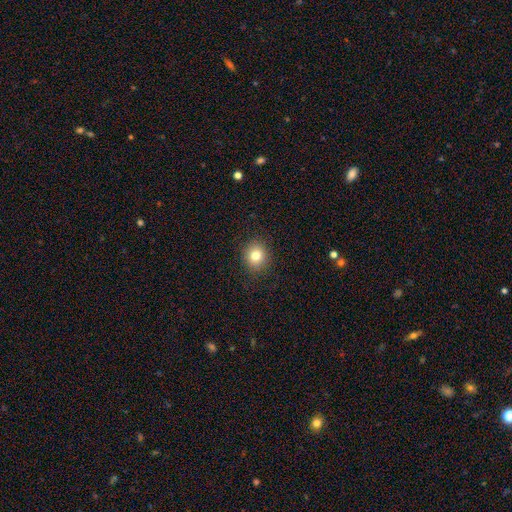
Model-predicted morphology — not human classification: A smooth galaxy with no disk features (80%) that is round (80%).

Vote fractions:
- Smooth or featured? smooth: 80% / star or artifact: 12% / featured or disk: 8%
- How rounded? round: 80% / in between: 19% / cigar-shaped: 1%
- Merging? none: 90% / minor disturbance: 7% / major disturbance: 2% / merger: 1%